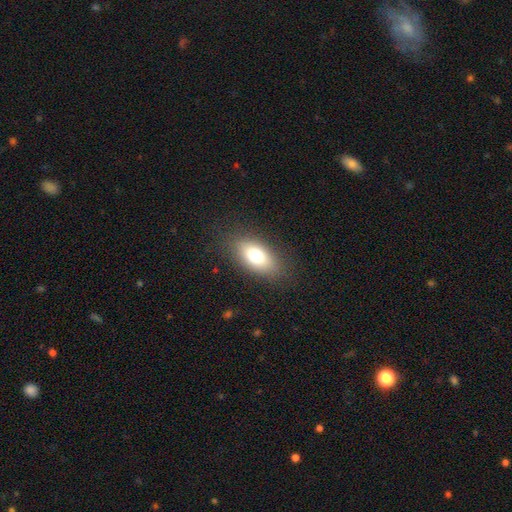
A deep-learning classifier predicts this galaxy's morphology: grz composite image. It shows a smooth galaxy with no disk features (76%) that is in between round and cigar-shaped (88%). Merging: none (84%).